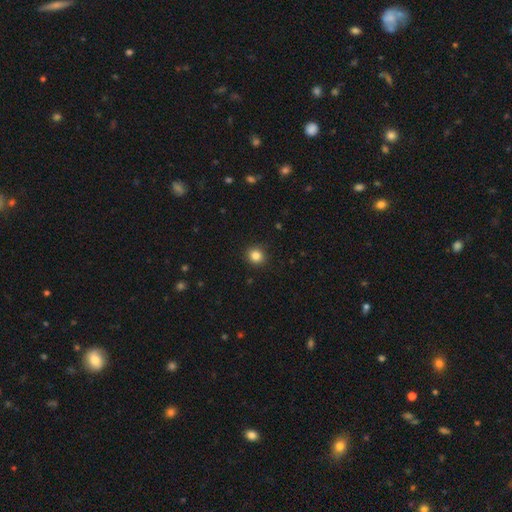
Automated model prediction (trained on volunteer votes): smooth_or_featured: smooth (p=0.84) [alt: star or artifact p=0.11]
how_rounded: round (p=0.87) [alt: in between p=0.12]
merging: none (p=0.91) [alt: minor disturbance p=0.06]